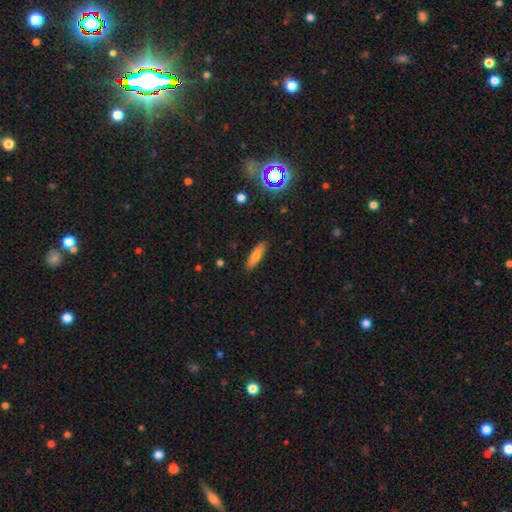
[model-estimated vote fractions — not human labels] A smooth galaxy with no disk features (74%) that is cigar-shaped (60%). Merging: none (89%).